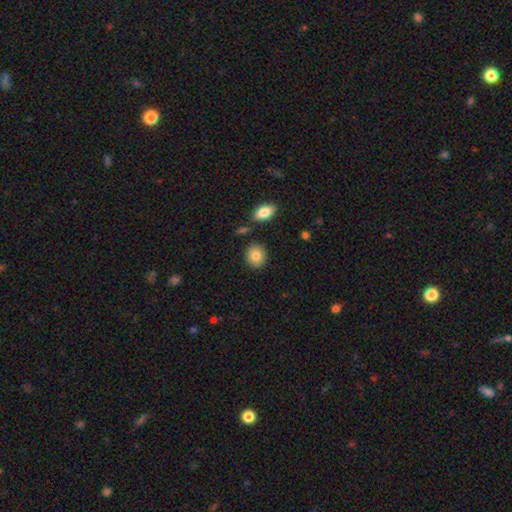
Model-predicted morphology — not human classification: Smooth or featured? smooth (84%)
How rounded? round (69%)
Merging? none (84%)